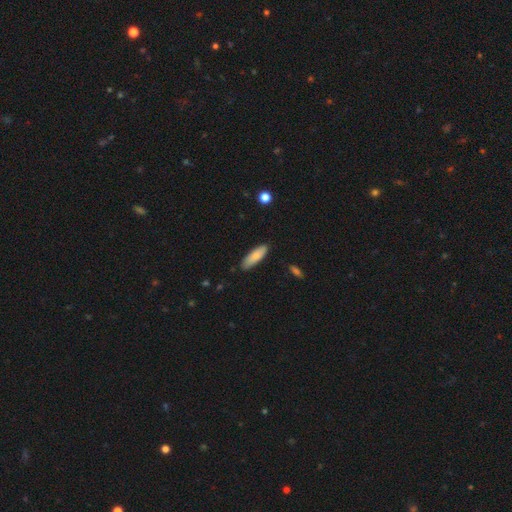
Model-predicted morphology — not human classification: smooth-or-featured: smooth: 79% | featured or disk: 15% | star or artifact: 6%
  how-rounded: in between: 51% | cigar-shaped: 47% | round: 2%
  merging: none: 85% | minor disturbance: 12% | major disturbance: 2% | merger: 1%